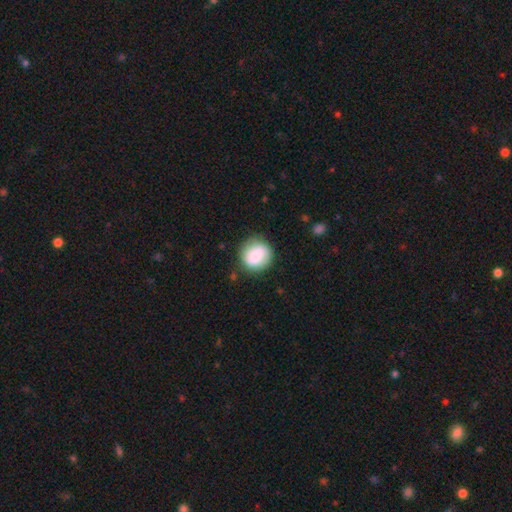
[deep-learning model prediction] smooth_or_featured: smooth (p=0.76) [alt: featured or disk p=0.17]
how_rounded: round (p=0.89) [alt: in between p=0.10]
merging: none (p=0.82) [alt: minor disturbance p=0.12]